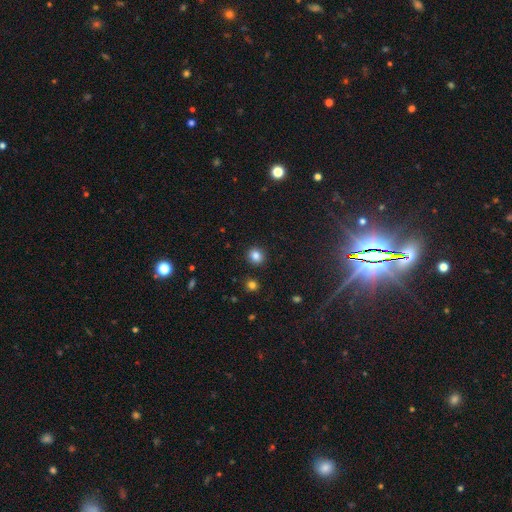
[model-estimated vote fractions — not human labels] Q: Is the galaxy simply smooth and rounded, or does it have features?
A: smooth — 84%.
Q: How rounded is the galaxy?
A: round — 86%.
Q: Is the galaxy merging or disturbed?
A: none — 91%.